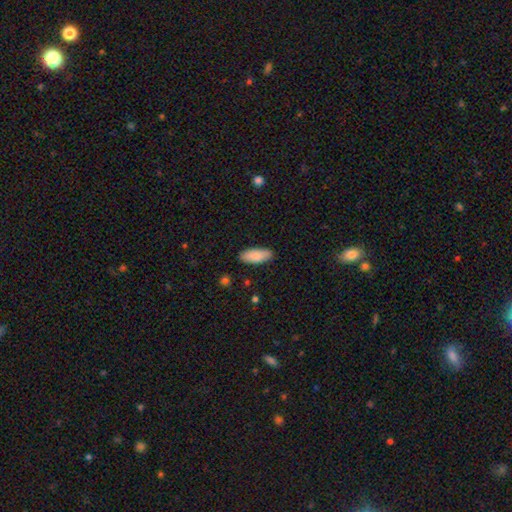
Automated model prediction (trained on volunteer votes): A smooth galaxy with no disk features (87%) that is in between round and cigar-shaped (81%). Merging: none (87%).